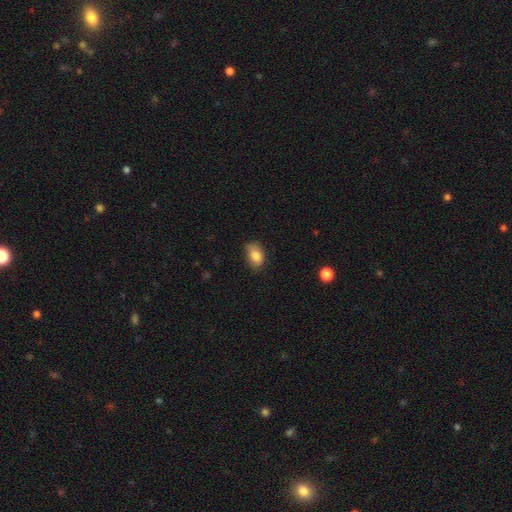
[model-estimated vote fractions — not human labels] Q: Smooth or featured?
A: smooth (84%); runner-up: featured or disk (8%)
Q: How rounded?
A: in between (86%); runner-up: round (13%)
Q: Merging?
A: none (67%); runner-up: minor disturbance (26%)